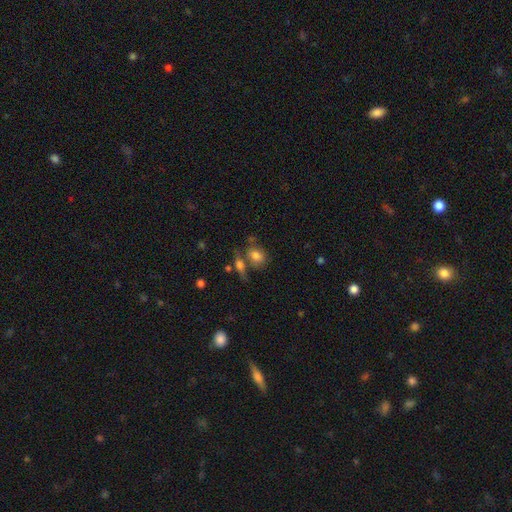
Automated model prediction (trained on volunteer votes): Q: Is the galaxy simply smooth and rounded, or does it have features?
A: smooth — 73%.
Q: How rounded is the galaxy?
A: in between — 67%.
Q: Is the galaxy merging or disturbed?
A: none — 47%.